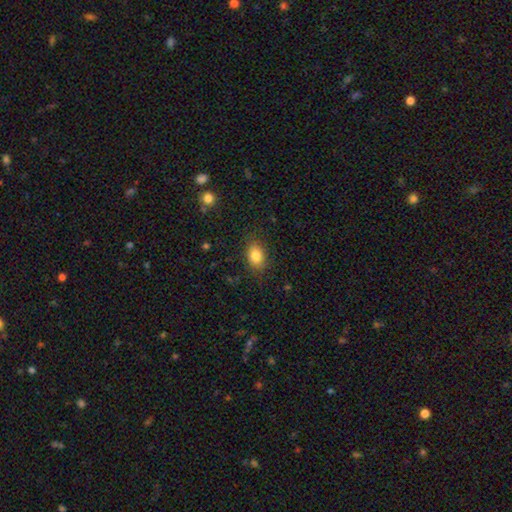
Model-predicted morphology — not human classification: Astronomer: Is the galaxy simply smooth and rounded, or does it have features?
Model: smooth — 82%.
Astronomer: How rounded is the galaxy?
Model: in between — 75%.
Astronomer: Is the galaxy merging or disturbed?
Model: none — 82%.